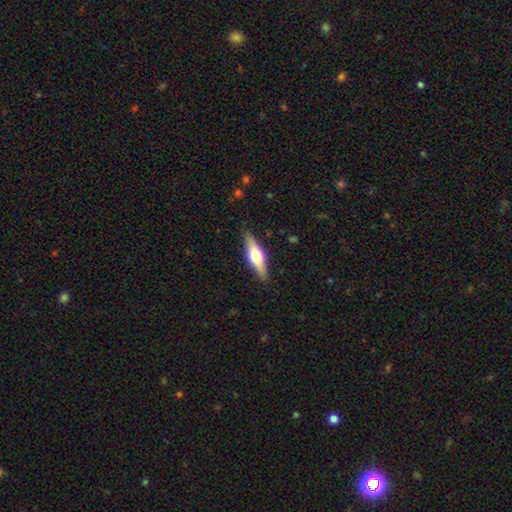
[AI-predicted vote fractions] A featured or disk galaxy (54%) viewed edge-on (93%) with a rounded central bulge (93%). Merging: none (87%).